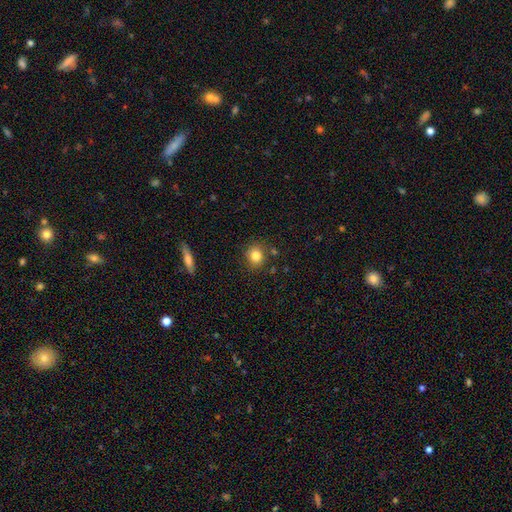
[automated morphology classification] Smooth or featured? smooth (82%)
How rounded? round (79%)
Merging? none (82%)